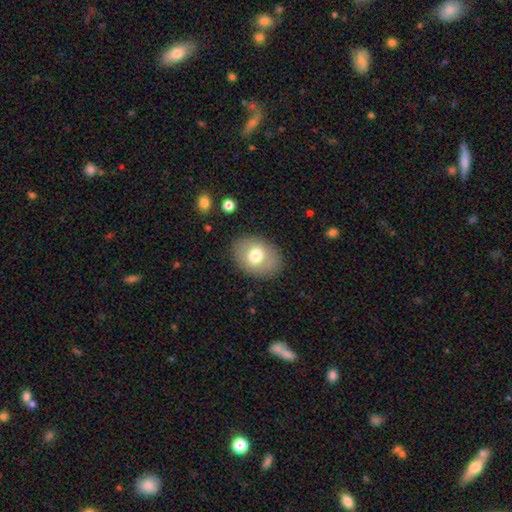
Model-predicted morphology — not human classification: Smooth or featured? Predicted: smooth (p=0.72). How rounded? Predicted: in between (p=0.68). Merging? Predicted: none (p=0.85).